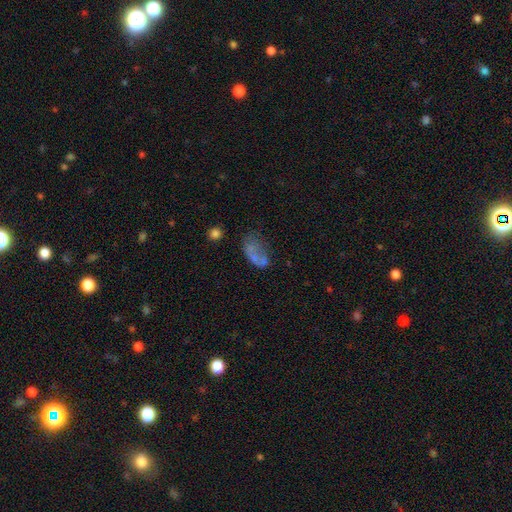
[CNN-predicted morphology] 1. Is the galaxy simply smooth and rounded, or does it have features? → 51% smooth, 35% featured or disk, 15% star or artifact.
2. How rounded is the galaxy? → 88% in between, 8% round, 4% cigar-shaped.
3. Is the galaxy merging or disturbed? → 32% major disturbance (tied), 32% none (tied), 23% minor disturbance, 13% merger.